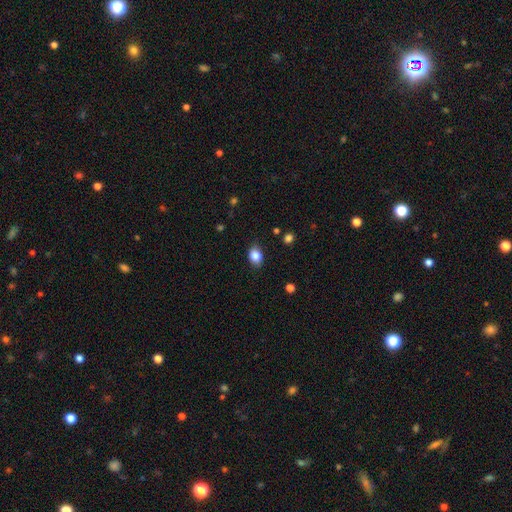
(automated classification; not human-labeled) Smooth or featured?
  - smooth: 85% *
  - star or artifact: 9%
  - featured or disk: 6%
How rounded?
  - in between: 70% *
  - round: 28%
  - cigar-shaped: 1%
Merging?
  - none: 84% *
  - minor disturbance: 12%
  - major disturbance: 3%
  - merger: 1%